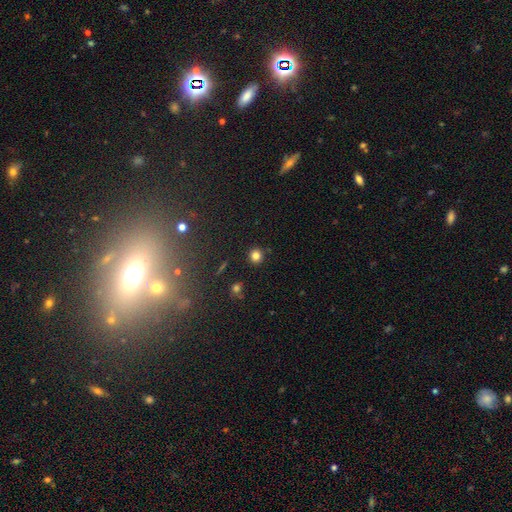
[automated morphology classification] type=smooth (79%); roundness=round (92%); merging=none (89%).